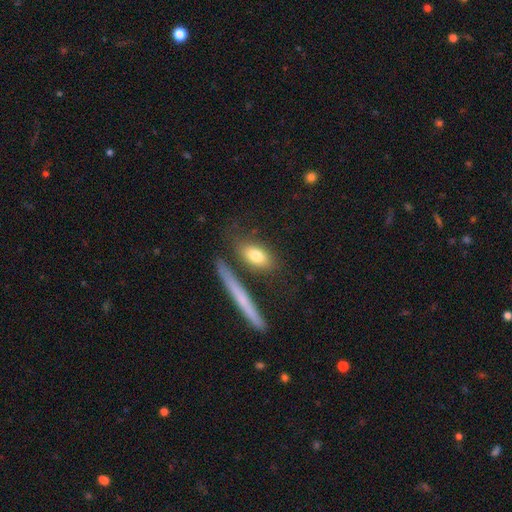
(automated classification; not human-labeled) This appears to be a smooth galaxy with no disk features (77%) that is in between round and cigar-shaped (71%). Merging: none (75%).